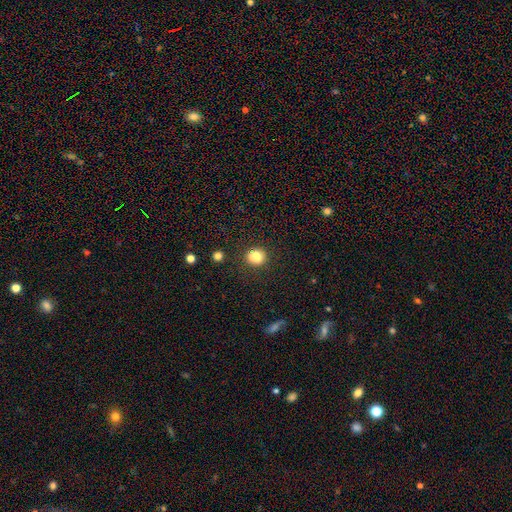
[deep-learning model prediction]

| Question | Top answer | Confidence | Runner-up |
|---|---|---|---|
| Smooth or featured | smooth | 81% | star or artifact (11%) |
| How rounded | round | 82% | in between (17%) |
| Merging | none | 83% | minor disturbance (9%) |